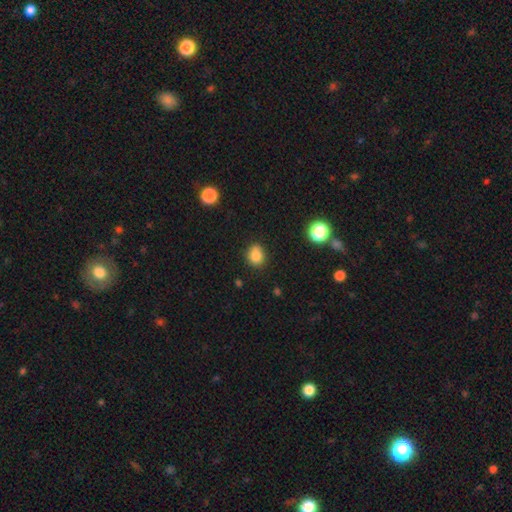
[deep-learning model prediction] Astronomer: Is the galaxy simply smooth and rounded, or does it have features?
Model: smooth — 81%.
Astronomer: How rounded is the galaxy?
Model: round — 68%.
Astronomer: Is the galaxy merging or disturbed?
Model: none — 69%.